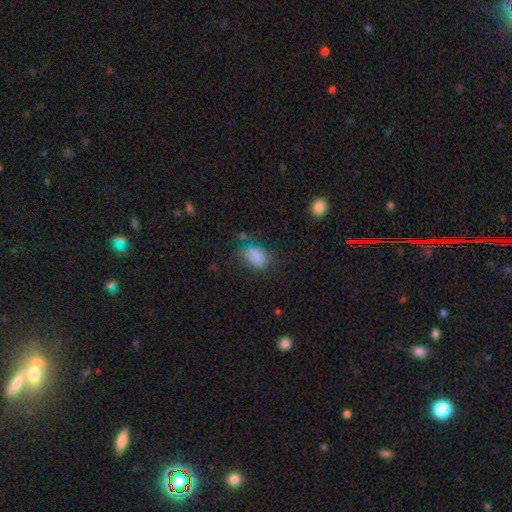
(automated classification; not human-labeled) The model was most divided on "merging": none: 45%, minor disturbance: 30%, major disturbance: 21%, merger: 4%. More confident: how rounded — in between (84%); smooth or featured — smooth (79%).